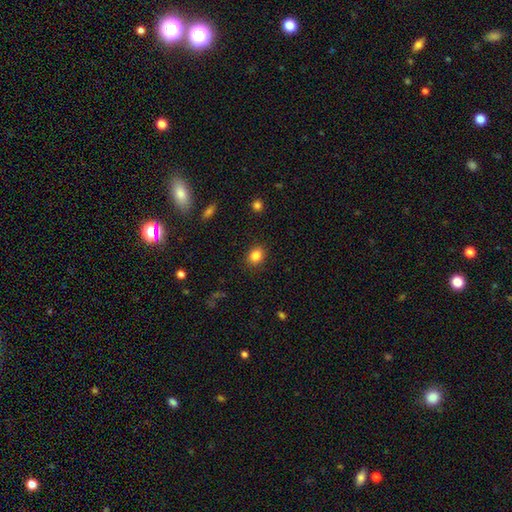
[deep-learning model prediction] smooth_or_featured: smooth (p=0.85) [alt: star or artifact p=0.10]
how_rounded: round (p=0.53) [alt: in between p=0.46]
merging: none (p=0.87) [alt: minor disturbance p=0.09]